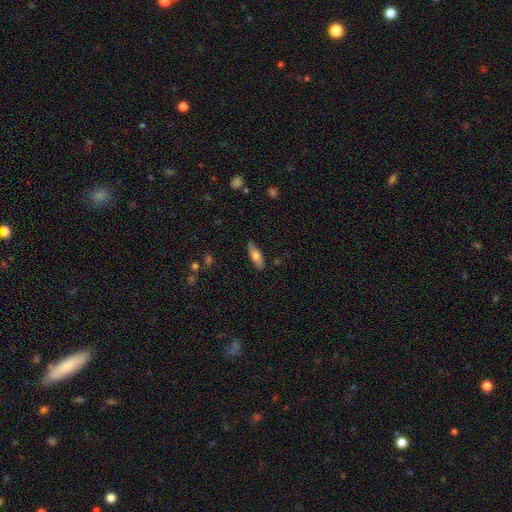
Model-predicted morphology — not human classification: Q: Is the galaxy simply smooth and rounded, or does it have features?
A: smooth — 70%.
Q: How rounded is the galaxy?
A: in between — 59%.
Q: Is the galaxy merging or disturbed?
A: none — 85%.